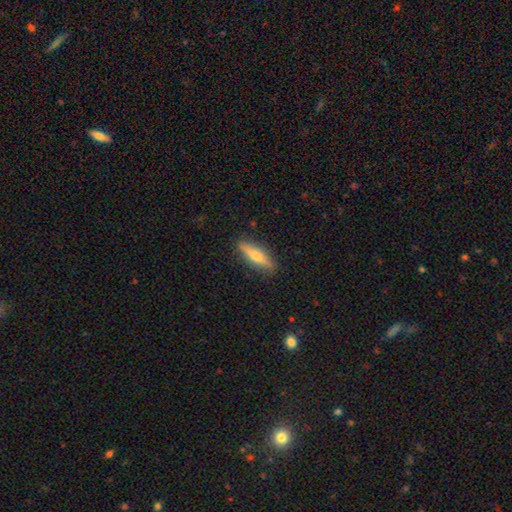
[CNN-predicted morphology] smooth 52%, featured or disk 42%, star or artifact 6%. Down the decision tree: how rounded — cigar-shaped (71%); merging — none (88%).